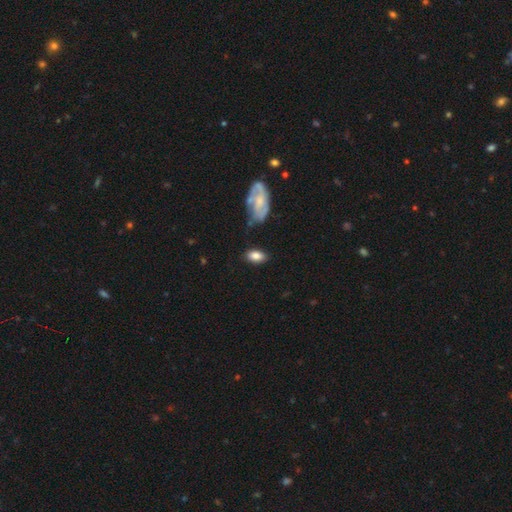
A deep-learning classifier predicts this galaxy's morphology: Smooth or featured? smooth (82%)
How rounded? in between (90%)
Merging? none (75%)